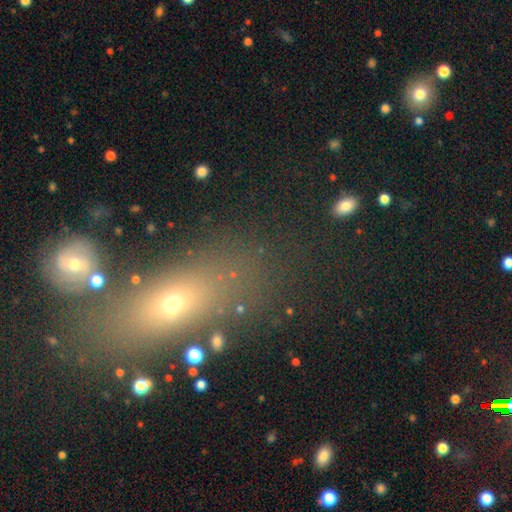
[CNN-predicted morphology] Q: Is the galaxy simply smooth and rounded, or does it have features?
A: smooth — 51%.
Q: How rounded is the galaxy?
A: in between — 56%.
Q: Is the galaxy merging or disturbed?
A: none — 71%.